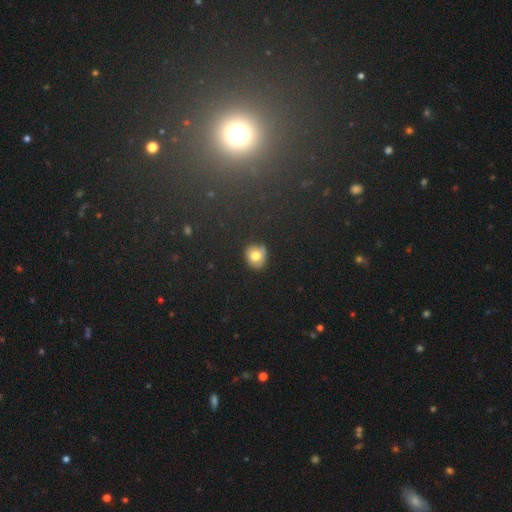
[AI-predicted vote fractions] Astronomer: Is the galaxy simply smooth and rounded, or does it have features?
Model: smooth — 74%.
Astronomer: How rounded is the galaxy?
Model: round — 74%.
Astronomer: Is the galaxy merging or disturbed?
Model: none — 77%.